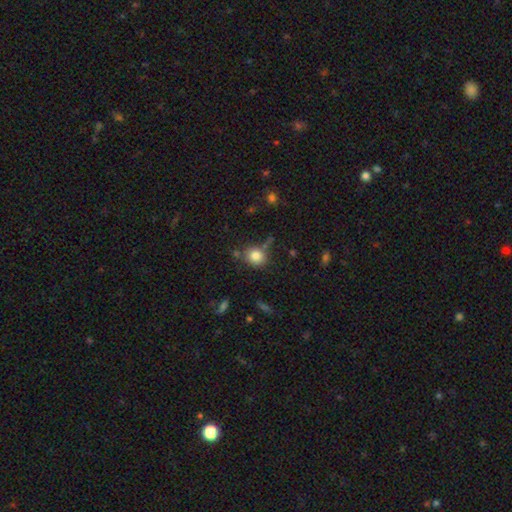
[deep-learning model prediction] Smooth or featured? smooth (82%)
How rounded? round (72%)
Merging? none (72%)